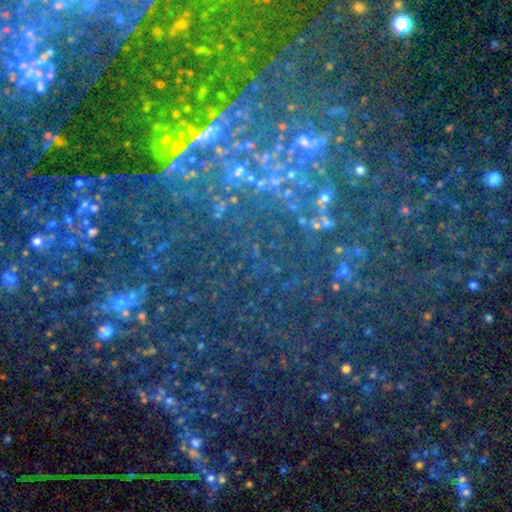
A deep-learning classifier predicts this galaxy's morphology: smooth-or-featured: star or artifact: 77% | smooth: 12% | featured or disk: 10%